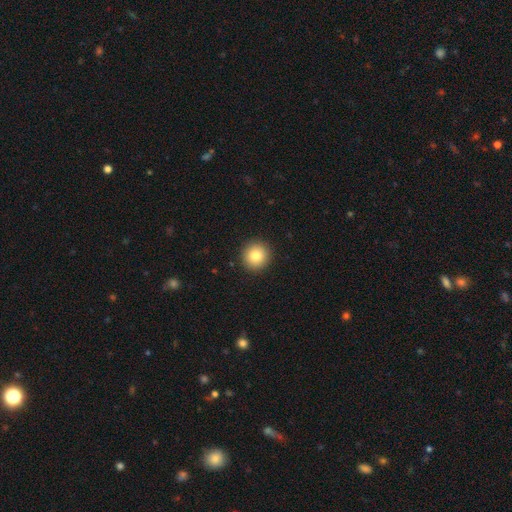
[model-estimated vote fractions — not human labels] Smooth or featured? smooth (83%)
How rounded? round (93%)
Merging? none (92%)